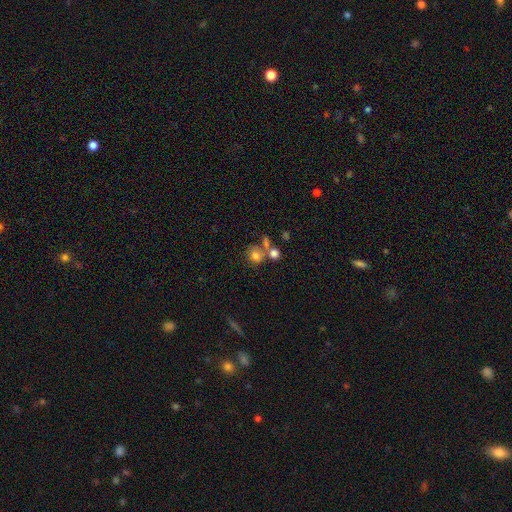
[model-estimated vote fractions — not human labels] smooth 72%, featured or disk 14%, star or artifact 14%. Down the decision tree: how rounded — round (73%); merging — none (45%).